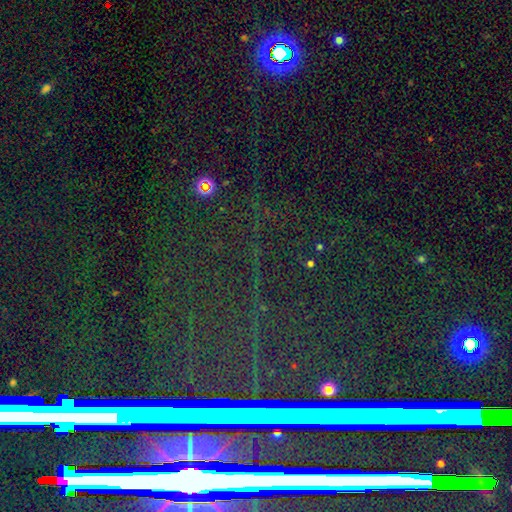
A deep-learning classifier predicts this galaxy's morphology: Q: Smooth or featured?
A: star or artifact (81%); runner-up: featured or disk (10%)